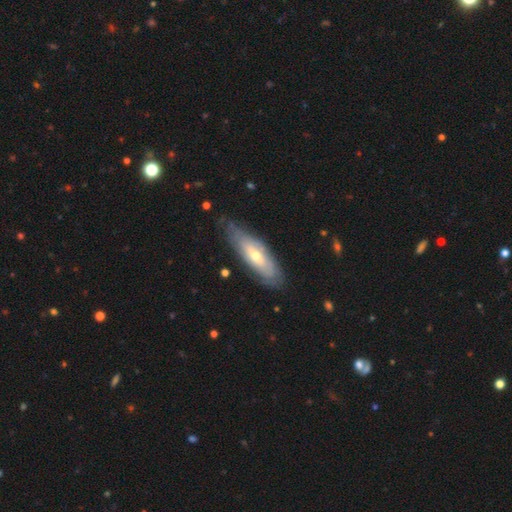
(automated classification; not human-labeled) Smooth or featured? featured or disk (60%)
Edge-on disk? no (70%)
Merging? none (71%)